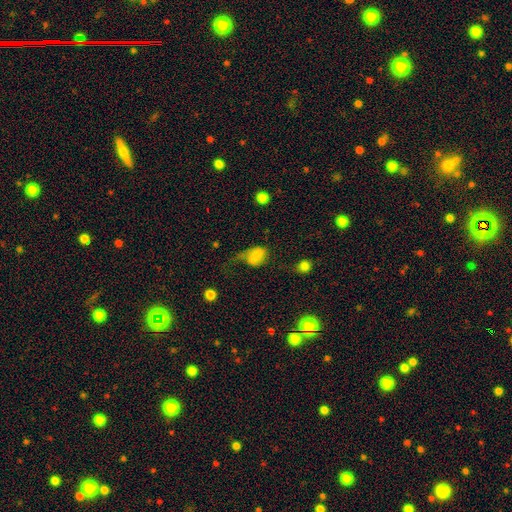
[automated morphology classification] smooth_or_featured: smooth (p=0.66) [alt: featured or disk p=0.23]
how_rounded: in between (p=0.71) [alt: round p=0.27]
merging: major disturbance (p=0.42) [alt: none p=0.28]